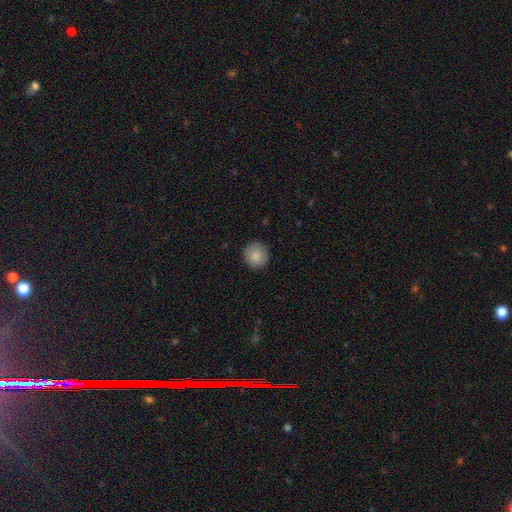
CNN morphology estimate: A smooth galaxy with no disk features (87%) that is round (93%).

Vote fractions:
- Smooth or featured? smooth: 87% / star or artifact: 8% / featured or disk: 5%
- How rounded? round: 93% / in between: 6% / cigar-shaped: 1%
- Merging? none: 90% / minor disturbance: 7% / major disturbance: 2% / merger: 1%